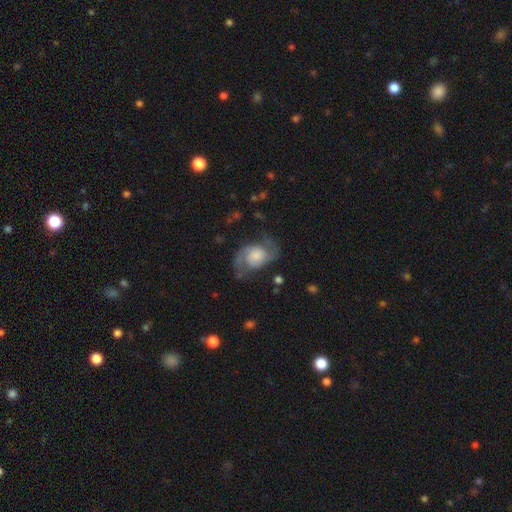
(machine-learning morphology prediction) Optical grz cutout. It shows a featured or disk galaxy (75%) with no bar (67%), 2 (88%) medium (49%) spiral arms (93%) and a large central bulge (33%). Merging: none (60%).